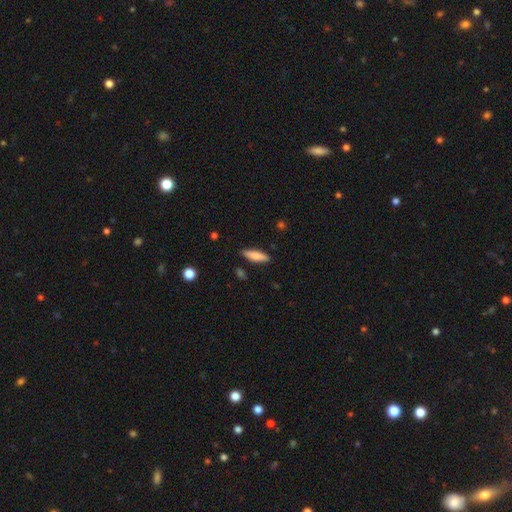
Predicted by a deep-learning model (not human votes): Smooth or featured: smooth — 78% (featured or disk — 16%)
How rounded: cigar-shaped — 60% (in between — 39%)
Merging: none — 85% (minor disturbance — 11%)